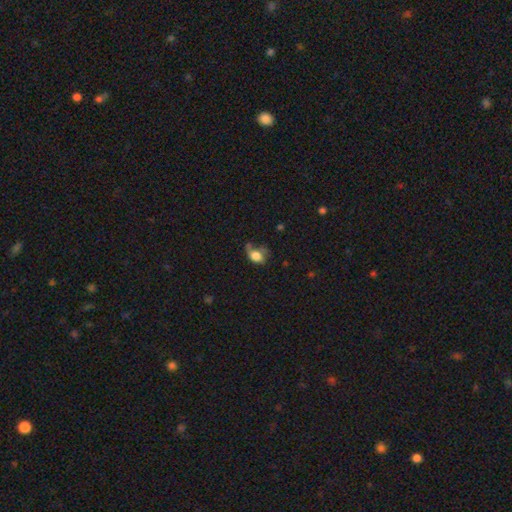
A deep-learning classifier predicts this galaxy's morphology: Smooth or featured?
  - smooth: 73% *
  - featured or disk: 17%
  - star or artifact: 10%
How rounded?
  - in between: 73% *
  - round: 26%
  - cigar-shaped: 2%
Merging?
  - minor disturbance: 32% *
  - none: 31%
  - major disturbance: 28%
  - merger: 9%